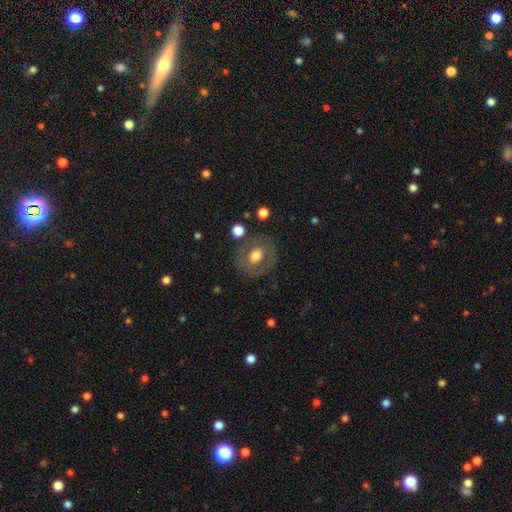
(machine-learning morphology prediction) A smooth galaxy with no disk features (54%) that is round (61%). Merging: none (78%).